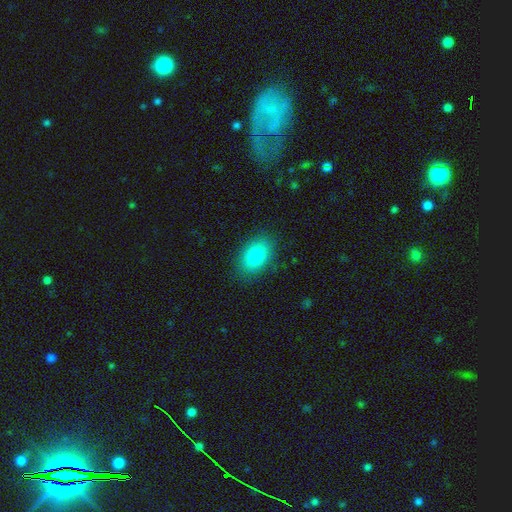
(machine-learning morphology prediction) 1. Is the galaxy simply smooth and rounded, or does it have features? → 83% smooth, 9% featured or disk, 8% star or artifact.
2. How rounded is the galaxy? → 88% in between, 11% round, 1% cigar-shaped.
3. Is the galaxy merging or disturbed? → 87% none, 9% minor disturbance, 3% major disturbance, 1% merger.